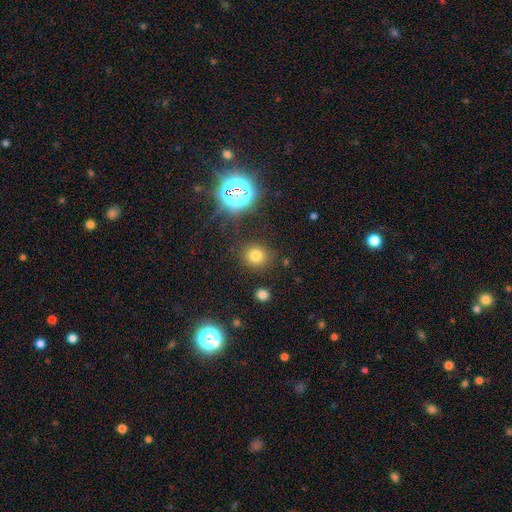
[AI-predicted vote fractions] Smooth or featured: smooth — 74% (star or artifact — 19%)
How rounded: round — 86% (in between — 13%)
Merging: none — 85% (minor disturbance — 9%)